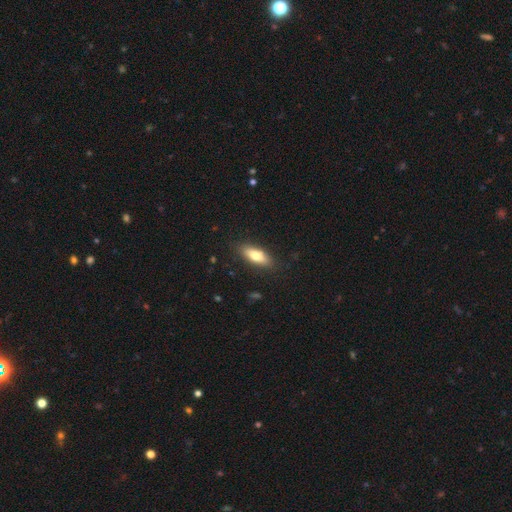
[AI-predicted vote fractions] Smooth or featured? smooth (72%)
How rounded? in between (68%)
Merging? none (87%)